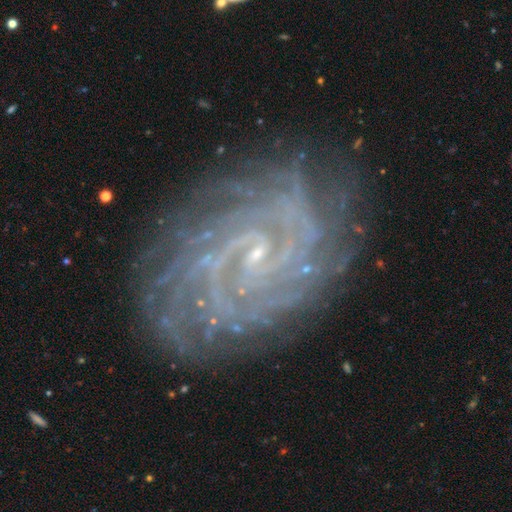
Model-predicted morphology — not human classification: This appears to be a featured or disk galaxy (85%) with no bar (46%), tight (77%) spiral arms (96%) and a small central bulge (84%). Merging: none (81%).